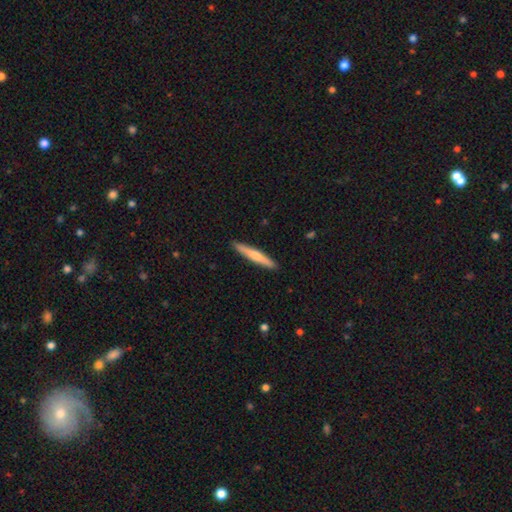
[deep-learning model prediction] smooth_or_featured: smooth (p=0.62) [alt: featured or disk p=0.34]
how_rounded: cigar-shaped (p=0.95) [alt: in between p=0.04]
merging: none (p=0.91) [alt: minor disturbance p=0.07]